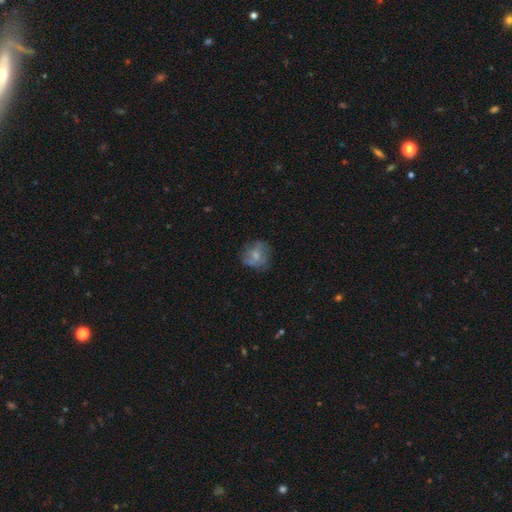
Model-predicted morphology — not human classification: smooth_or_featured: smooth (p=0.56) [alt: featured or disk p=0.34]
how_rounded: round (p=0.76) [alt: in between p=0.23]
merging: none (p=0.61) [alt: minor disturbance p=0.22]